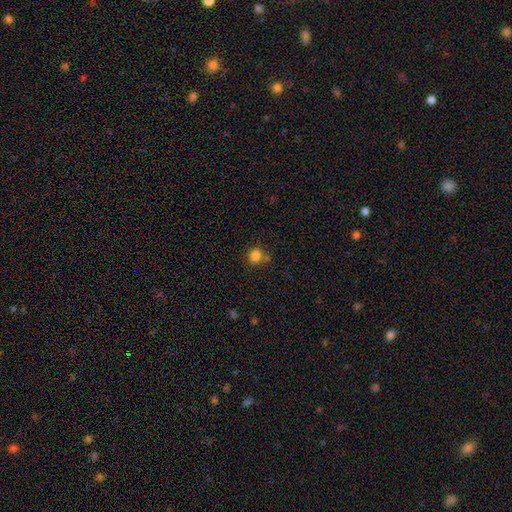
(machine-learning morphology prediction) This is clearly a smooth galaxy (83%). How rounded: clearly round (86%). Merging: likely none (73%).